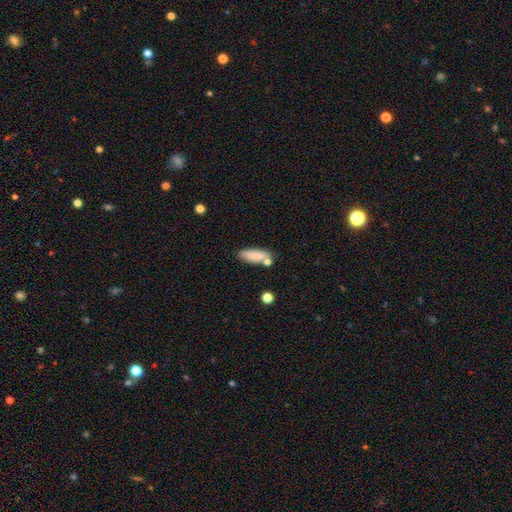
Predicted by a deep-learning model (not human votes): This is clearly a smooth galaxy (81%). How rounded: likely in between (65%). Merging: likely none (66%).